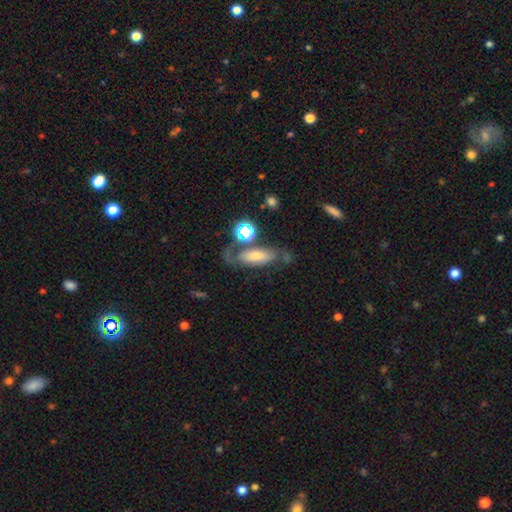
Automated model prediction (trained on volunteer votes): featured or disk 48%, smooth 41%, star or artifact 11%. Down the decision tree: merging — none (49%).